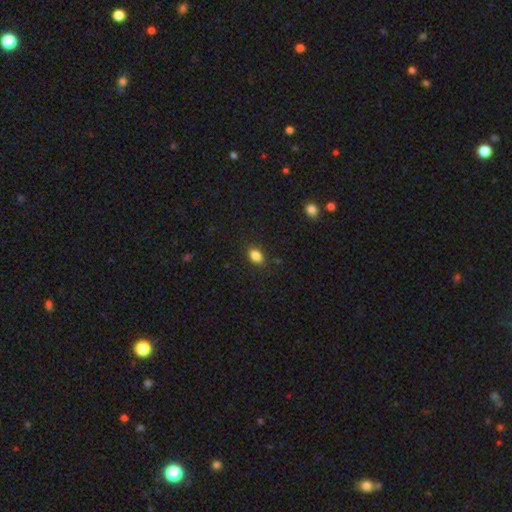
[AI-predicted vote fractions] Overall: smooth (85%). How rounded: in between (84%). Merging: none (86%).